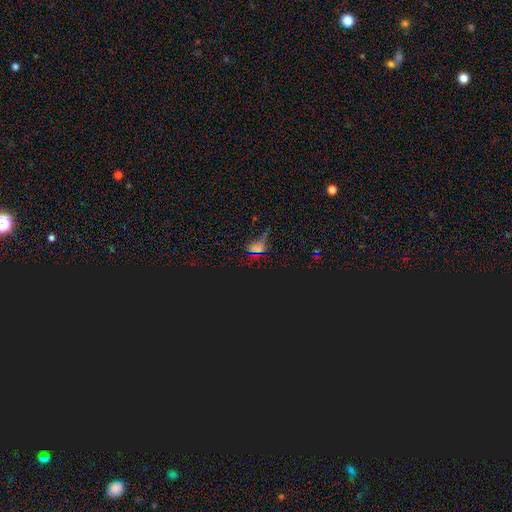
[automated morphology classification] smooth_or_featured: star or artifact (p=0.66) [alt: smooth p=0.22]